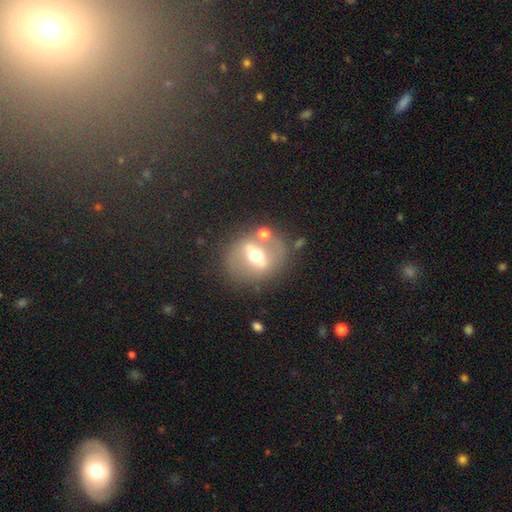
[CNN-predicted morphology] A featured or disk galaxy (63%). Merging: none (73%).